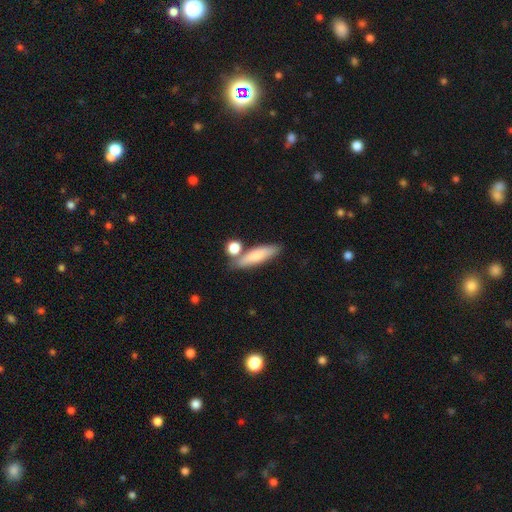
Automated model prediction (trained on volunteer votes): Morphology: type=smooth (75%); roundness=cigar-shaped (60%); merging=none (66%).